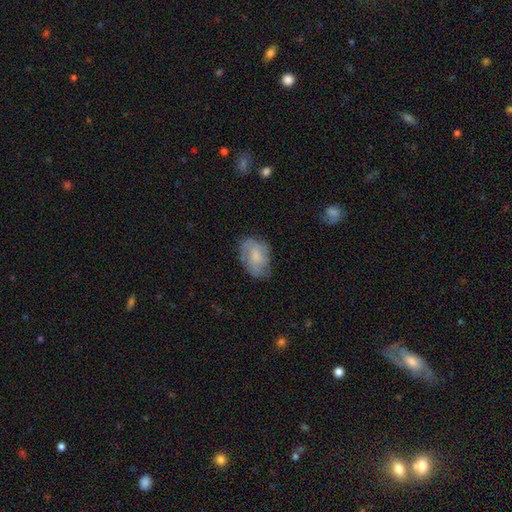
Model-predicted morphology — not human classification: Smooth or featured? smooth (53%)
How rounded? in between (84%)
Merging? none (63%)